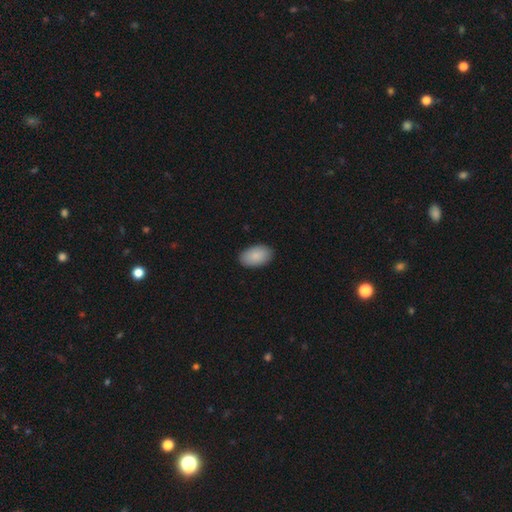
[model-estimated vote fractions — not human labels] Smooth or featured? smooth (90%)
How rounded? in between (94%)
Merging? none (89%)